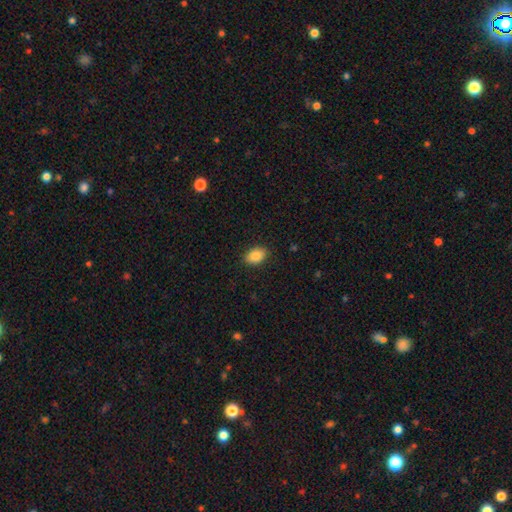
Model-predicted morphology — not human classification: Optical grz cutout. It shows a smooth galaxy with no disk features (88%) that is in between round and cigar-shaped (87%). Merging: none (88%).